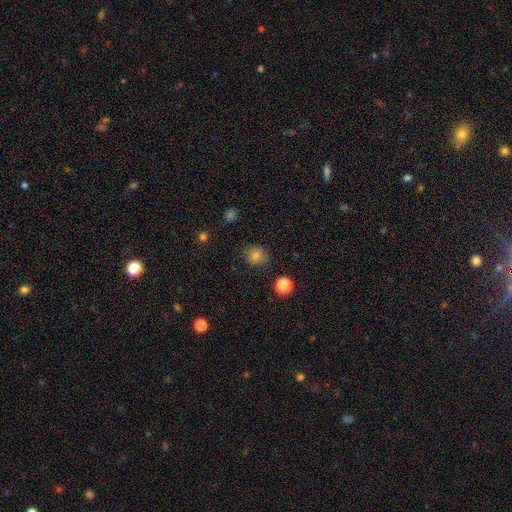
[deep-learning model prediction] smooth_or_featured: smooth (p=0.79) [alt: star or artifact p=0.14]
how_rounded: round (p=0.84) [alt: in between p=0.16]
merging: none (p=0.85) [alt: minor disturbance p=0.11]